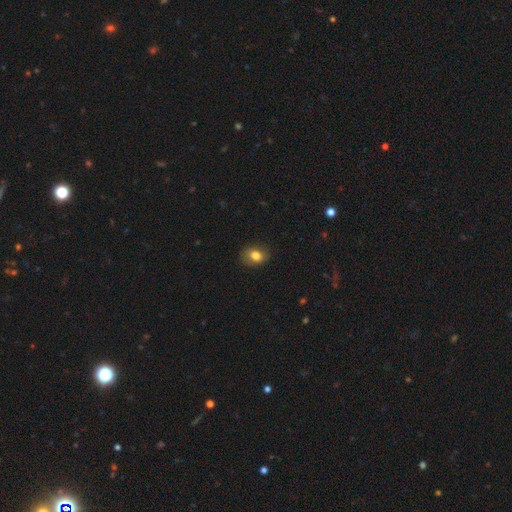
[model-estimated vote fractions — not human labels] smooth_or_featured: smooth (p=0.80) [alt: featured or disk p=0.10]
how_rounded: in between (p=0.60) [alt: round p=0.39]
merging: none (p=0.82) [alt: minor disturbance p=0.14]